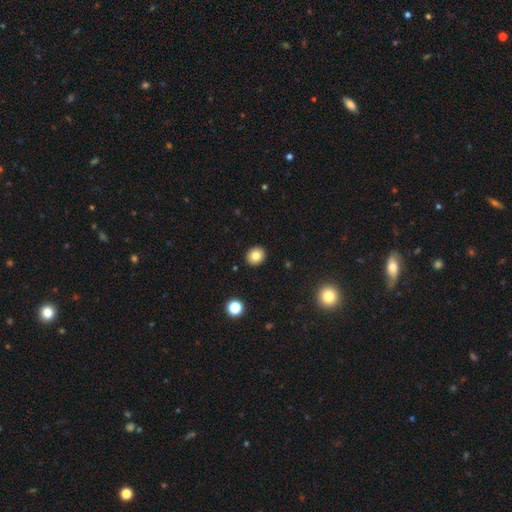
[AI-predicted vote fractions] Morphology: type=smooth (82%); roundness=round (78%); merging=none (92%).